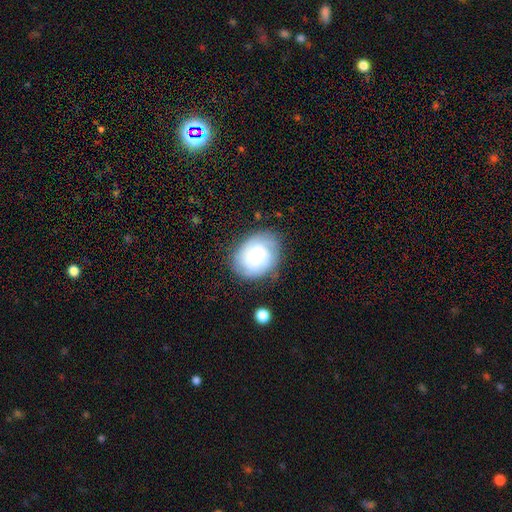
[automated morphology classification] This is possibly a featured or disk galaxy (58%). It is clearly not viewed edge-on (97%). Bar: likely no (77%). Spiral arm pattern: clearly yes (84%). Central bulge: possibly moderate (58%). Merging: likely none (73%).